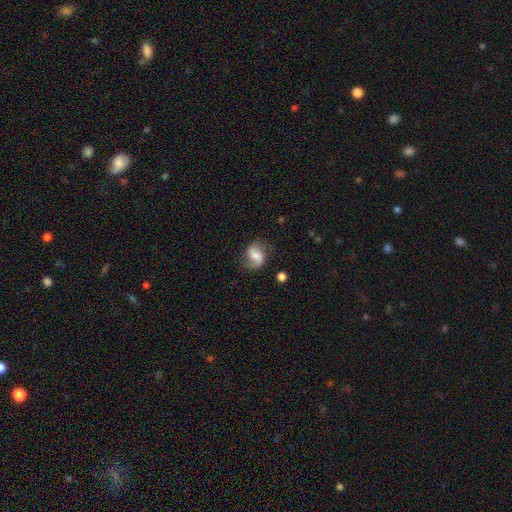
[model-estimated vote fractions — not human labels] This appears to be a featured or disk galaxy (59%) with a weak bar (42%), 2 (82%) loose (50%) spiral arms (90%) and a moderate central bulge (44%). Merging: none (69%).